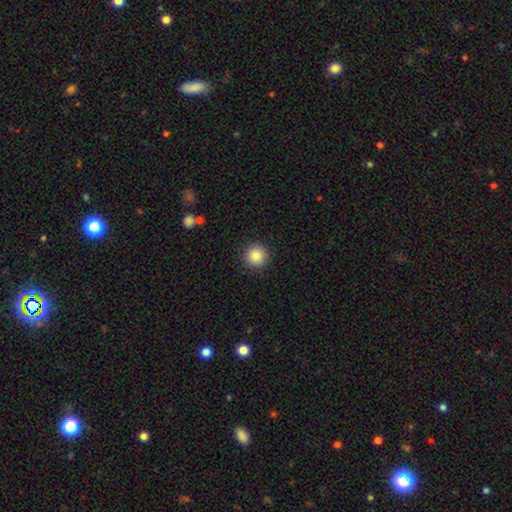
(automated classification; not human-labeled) Smooth or featured: smooth — 85% (star or artifact — 9%)
How rounded: round — 95% (in between — 4%)
Merging: none — 92% (minor disturbance — 6%)